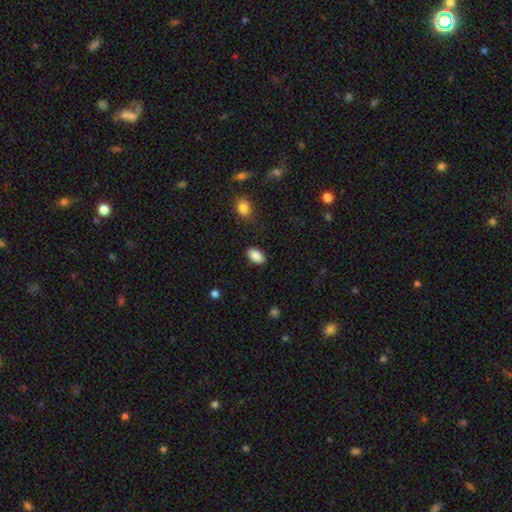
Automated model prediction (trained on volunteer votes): Smooth or featured?
  - smooth: 89% *
  - star or artifact: 7%
  - featured or disk: 4%
How rounded?
  - in between: 93% *
  - round: 5%
  - cigar-shaped: 2%
Merging?
  - none: 87% *
  - minor disturbance: 9%
  - major disturbance: 2%
  - merger: 1%